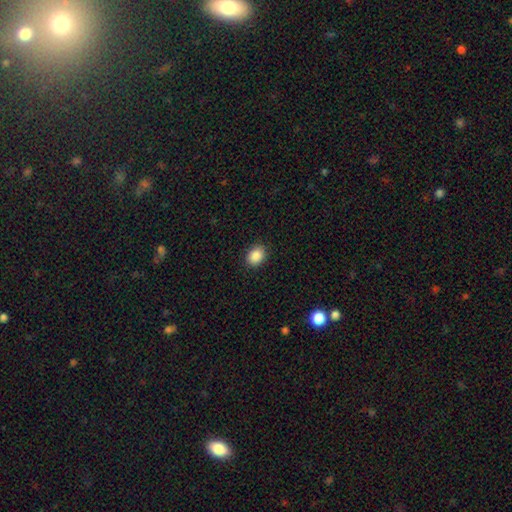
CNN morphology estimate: smooth-or-featured: smooth: 89% | star or artifact: 8% | featured or disk: 3%
  how-rounded: in between: 64% | round: 35% | cigar-shaped: 1%
  merging: none: 89% | minor disturbance: 8% | major disturbance: 2% | merger: 1%